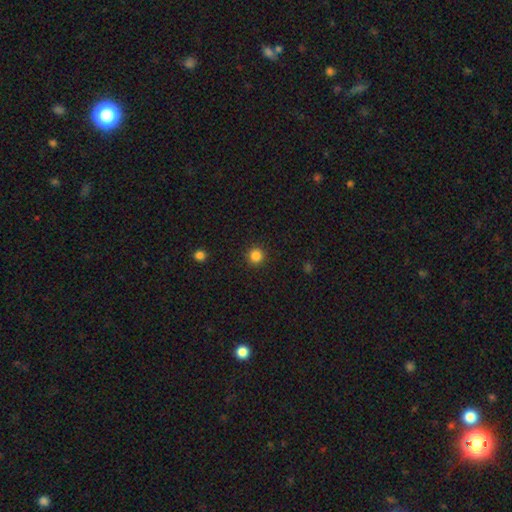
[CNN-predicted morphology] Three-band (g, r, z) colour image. It shows a smooth galaxy with no disk features (85%) that is round (95%). Merging: none (92%).